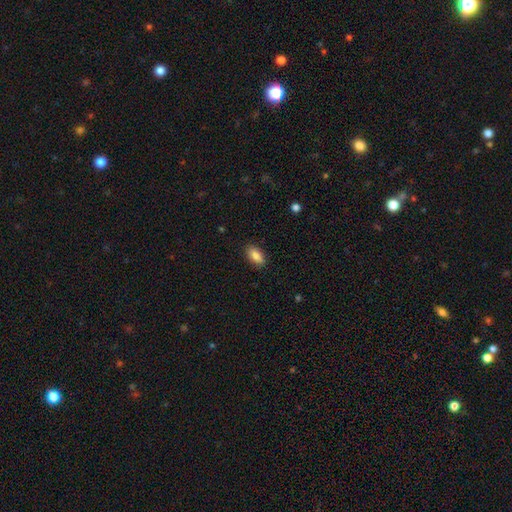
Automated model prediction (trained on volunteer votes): Morphology: type=smooth (86%); roundness=in between (91%); merging=none (88%).